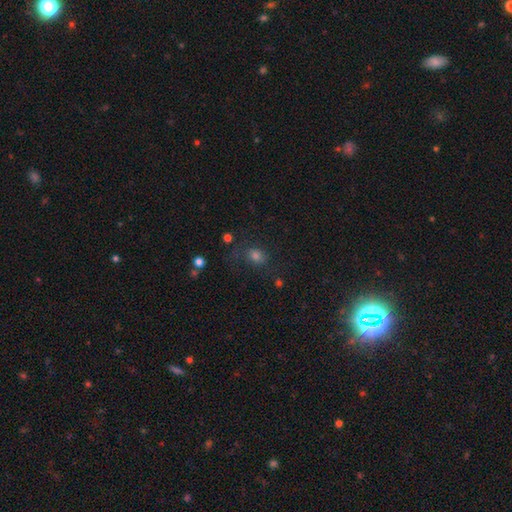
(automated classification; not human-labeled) Smooth or featured? smooth (62%)
How rounded? round (59%)
Merging? none (67%)